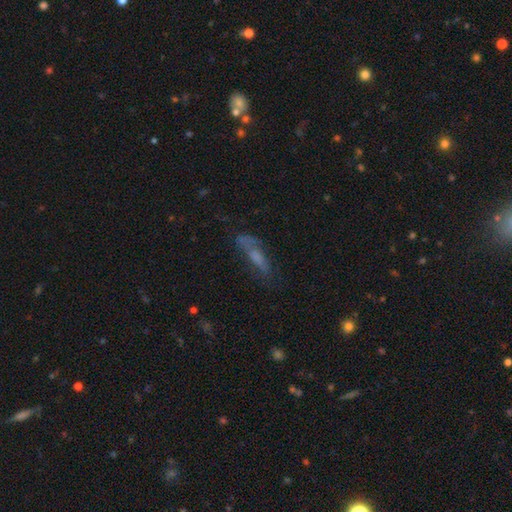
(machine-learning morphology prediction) Smooth or featured: smooth — 43% (featured or disk — 39%)
Merging: none — 53% (minor disturbance — 22%)